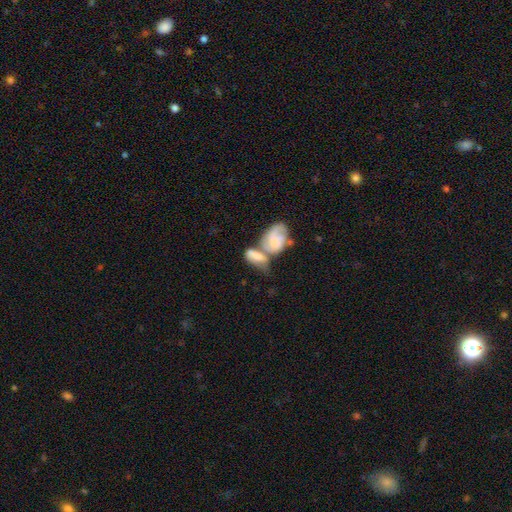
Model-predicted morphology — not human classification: Overall: smooth (53%; featured or disk 40%). How rounded: in between (88%). Merging: merger (69%).